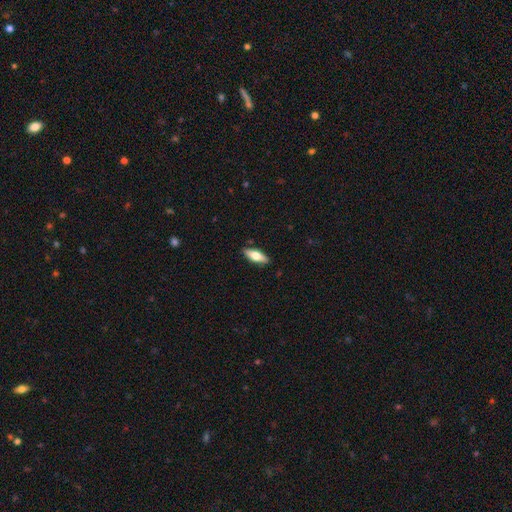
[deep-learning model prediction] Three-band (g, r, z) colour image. It shows a smooth galaxy with no disk features (63%) that is in between round and cigar-shaped (66%). Merging: none (87%).